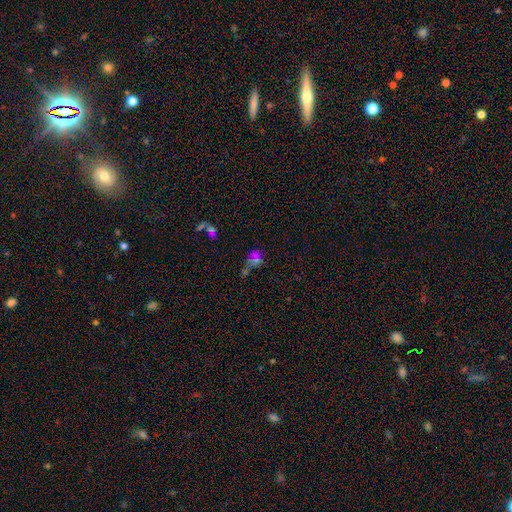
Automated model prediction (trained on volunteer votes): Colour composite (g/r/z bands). It shows a smooth galaxy with no disk features (49%). Merging: merger (41%).